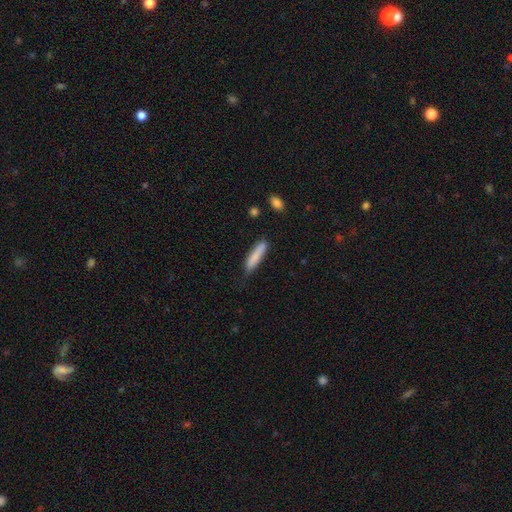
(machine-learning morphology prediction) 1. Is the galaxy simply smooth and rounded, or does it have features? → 83% smooth, 11% featured or disk, 6% star or artifact.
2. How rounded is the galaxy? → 82% cigar-shaped, 16% in between, 1% round.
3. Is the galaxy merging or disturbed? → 68% none, 25% minor disturbance, 5% major disturbance, 2% merger.